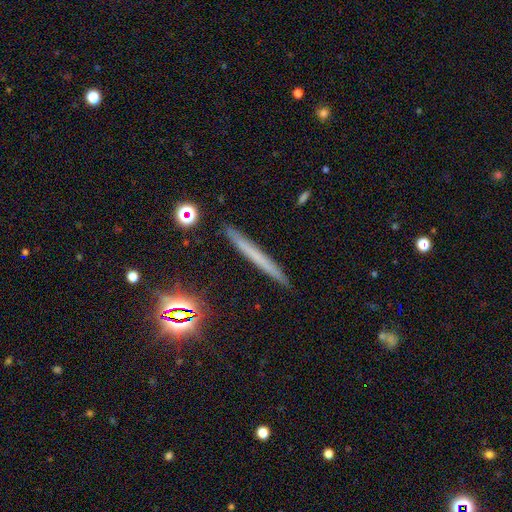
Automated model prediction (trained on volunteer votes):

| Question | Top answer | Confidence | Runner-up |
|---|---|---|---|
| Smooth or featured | smooth | 51% | featured or disk (35%) |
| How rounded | cigar-shaped | 96% | in between (2%) |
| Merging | none | 91% | minor disturbance (6%) |